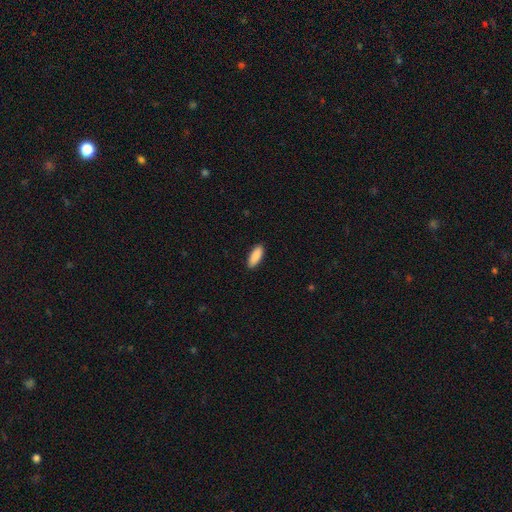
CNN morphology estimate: A smooth galaxy with no disk features (91%) that is in between round and cigar-shaped (74%). Merging: none (90%).